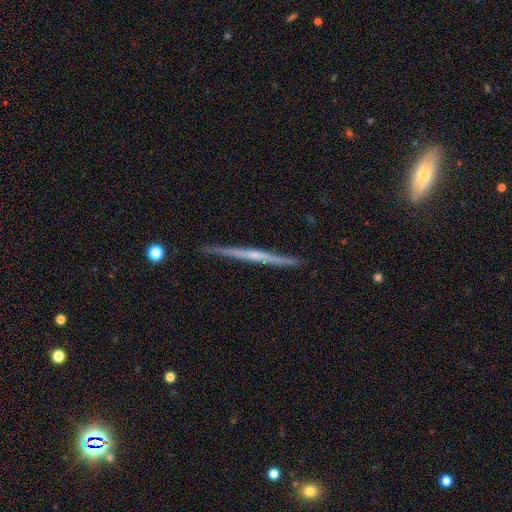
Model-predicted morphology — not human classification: Q: Smooth or featured?
A: featured or disk (69%); runner-up: smooth (26%)
Q: Edge-on disk?
A: yes (98%); runner-up: no (2%)
Q: Edge-on bulge?
A: none (64%); runner-up: rounded (30%)
Q: Merging?
A: none (91%); runner-up: minor disturbance (7%)